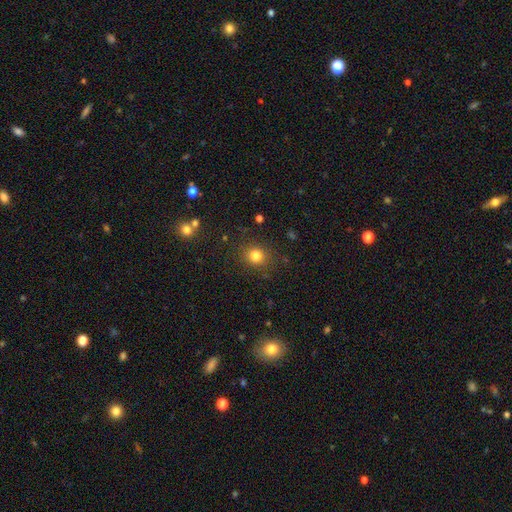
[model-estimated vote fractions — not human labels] A smooth galaxy with no disk features (80%) that is round (84%). Merging: none (86%).